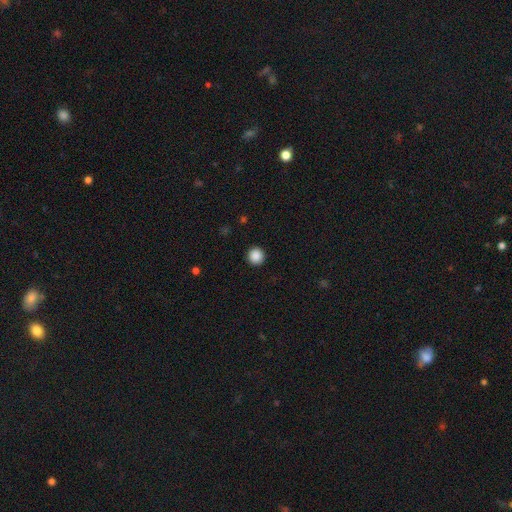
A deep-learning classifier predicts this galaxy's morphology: Q: Smooth or featured?
A: smooth (88%); runner-up: star or artifact (9%)
Q: How rounded?
A: round (95%); runner-up: in between (4%)
Q: Merging?
A: none (93%); runner-up: minor disturbance (4%)